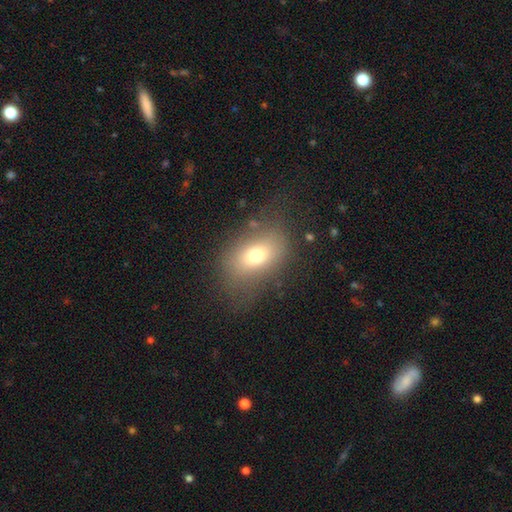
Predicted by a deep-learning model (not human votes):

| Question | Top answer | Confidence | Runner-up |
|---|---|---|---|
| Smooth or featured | smooth | 70% | featured or disk (17%) |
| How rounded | in between | 81% | round (17%) |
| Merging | none | 67% | minor disturbance (19%) |